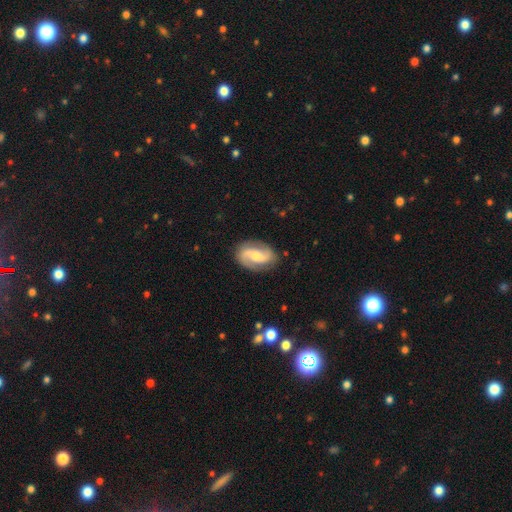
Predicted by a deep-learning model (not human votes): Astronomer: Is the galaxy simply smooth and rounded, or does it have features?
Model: featured or disk — 78%.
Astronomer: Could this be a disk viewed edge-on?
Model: no — 97%.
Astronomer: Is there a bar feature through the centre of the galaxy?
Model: no — 45% (runner-up: weak, 38%).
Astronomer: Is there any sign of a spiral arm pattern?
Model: yes — 94%.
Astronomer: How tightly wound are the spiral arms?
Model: loose — 44% (runner-up: medium, 39%).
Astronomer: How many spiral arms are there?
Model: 2 — 91%.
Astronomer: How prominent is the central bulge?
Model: small — 48% (runner-up: moderate, 45%).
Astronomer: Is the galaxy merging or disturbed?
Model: none — 83%.